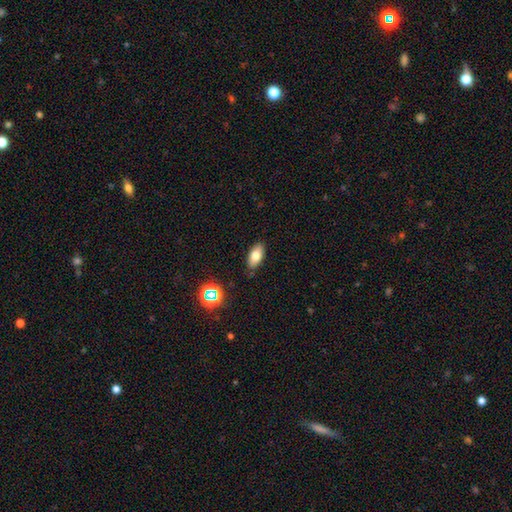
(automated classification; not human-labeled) Overall: smooth (76%). How rounded: in between (89%). Merging: none (84%).